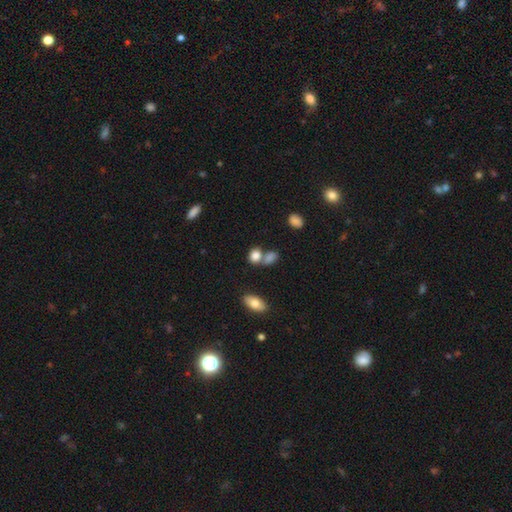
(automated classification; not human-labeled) Overall: smooth (82%). How rounded: round (49%; in between 48%). Merging: none (45%; merger 38%).